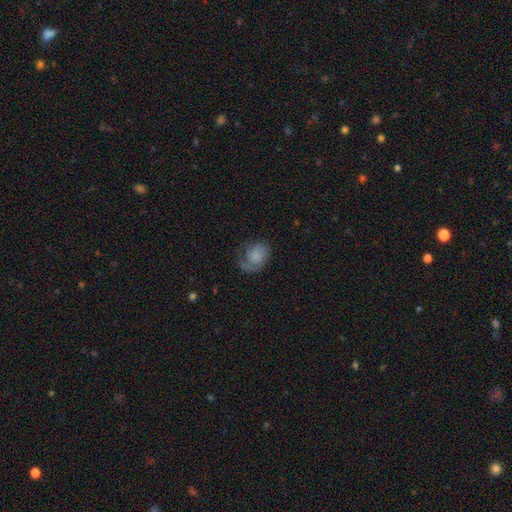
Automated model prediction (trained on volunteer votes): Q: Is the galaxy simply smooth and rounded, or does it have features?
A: smooth — 48%.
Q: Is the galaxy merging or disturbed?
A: none — 46%.